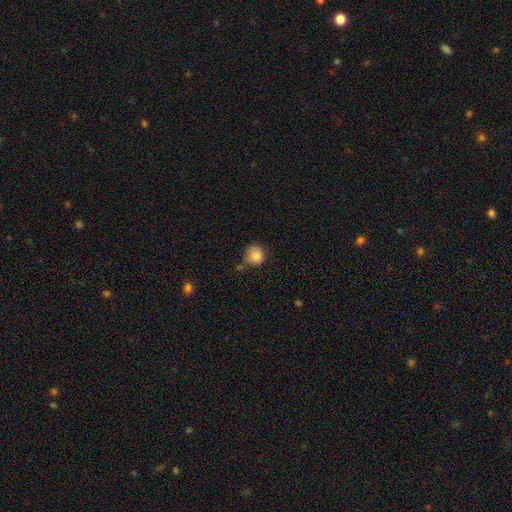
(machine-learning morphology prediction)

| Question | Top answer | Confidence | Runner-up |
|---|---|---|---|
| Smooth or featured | smooth | 87% | star or artifact (9%) |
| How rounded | round | 88% | in between (11%) |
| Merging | none | 70% | minor disturbance (19%) |